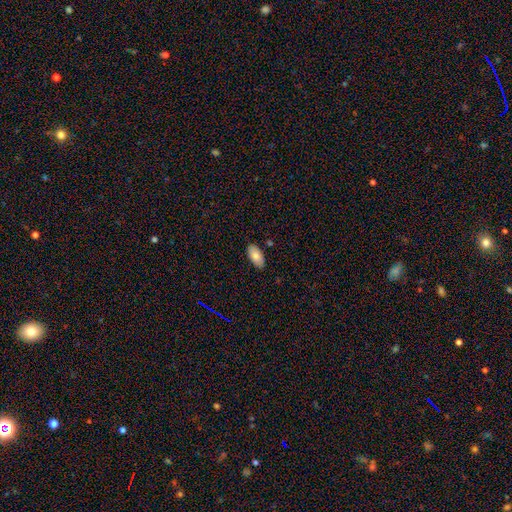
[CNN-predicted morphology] smooth 82%, featured or disk 11%, star or artifact 7%. Down the decision tree: how rounded — in between (95%); merging — none (87%).